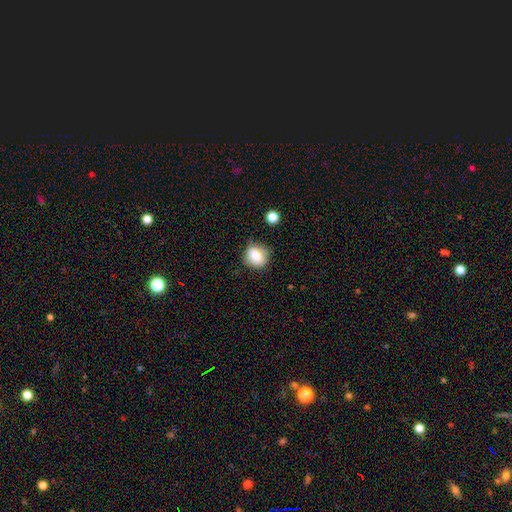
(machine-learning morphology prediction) Smooth or featured? smooth (81%)
How rounded? round (67%)
Merging? none (73%)